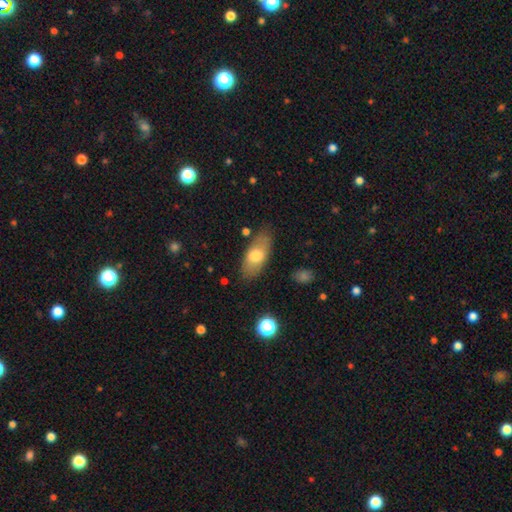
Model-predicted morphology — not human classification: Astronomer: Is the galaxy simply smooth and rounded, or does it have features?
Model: smooth — 71%.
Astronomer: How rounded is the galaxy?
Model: in between — 87%.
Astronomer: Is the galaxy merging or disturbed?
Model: none — 79%.